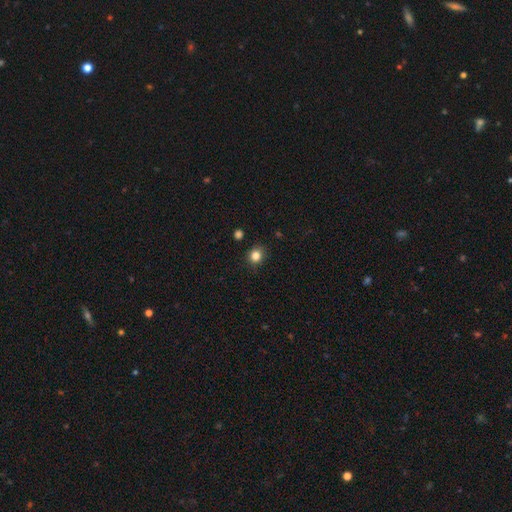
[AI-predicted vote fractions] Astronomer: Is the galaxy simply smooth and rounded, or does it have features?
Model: smooth — 83%.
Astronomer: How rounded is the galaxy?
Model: round — 83%.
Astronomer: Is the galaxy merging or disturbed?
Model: none — 87%.